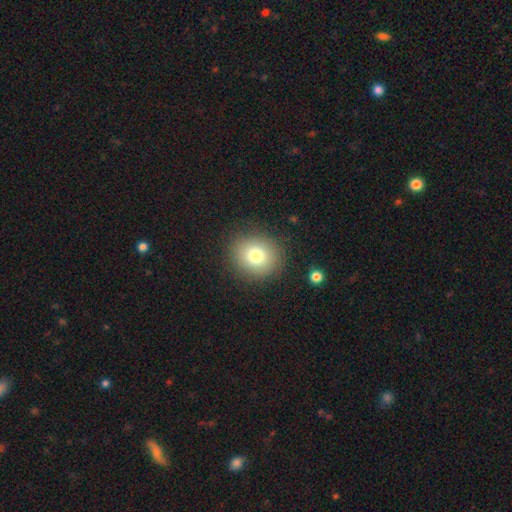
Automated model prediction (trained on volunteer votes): Morphology: type=smooth (78%); roundness=round (83%); merging=none (88%).